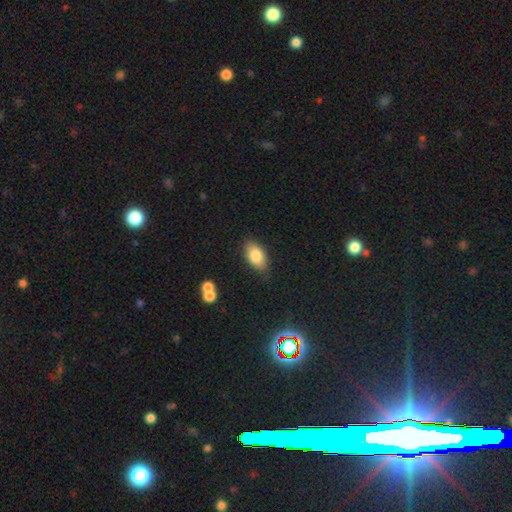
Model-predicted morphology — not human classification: Smooth or featured?
  - smooth: 81% *
  - featured or disk: 11%
  - star or artifact: 7%
How rounded?
  - in between: 92% *
  - round: 5%
  - cigar-shaped: 3%
Merging?
  - none: 81% *
  - minor disturbance: 14%
  - major disturbance: 3%
  - merger: 3%